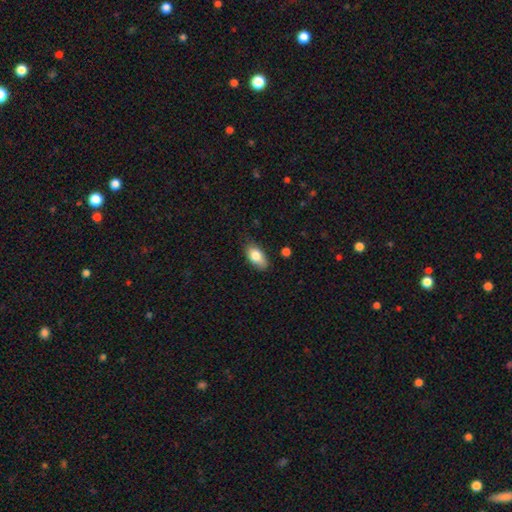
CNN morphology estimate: Q: Smooth or featured?
A: smooth (80%); runner-up: featured or disk (13%)
Q: How rounded?
A: in between (90%); runner-up: cigar-shaped (5%)
Q: Merging?
A: none (76%); runner-up: minor disturbance (19%)